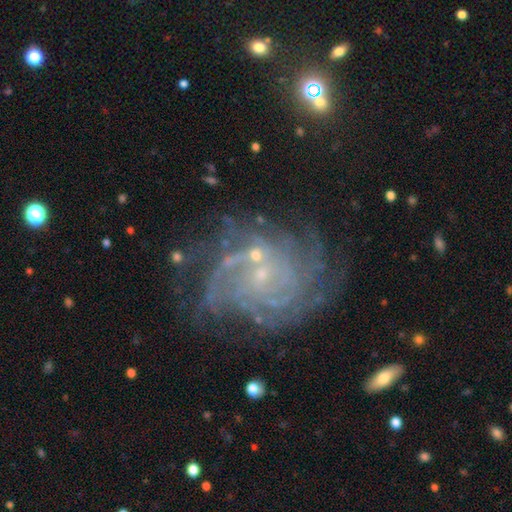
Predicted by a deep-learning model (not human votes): Morphology: type=featured or disk (77%); edge-on=no (98%); bar=no (71%); spiral arms=yes (89%); winding=tight (50%); arm count=can't tell (30%); bulge=small (70%); merging=none (54%).